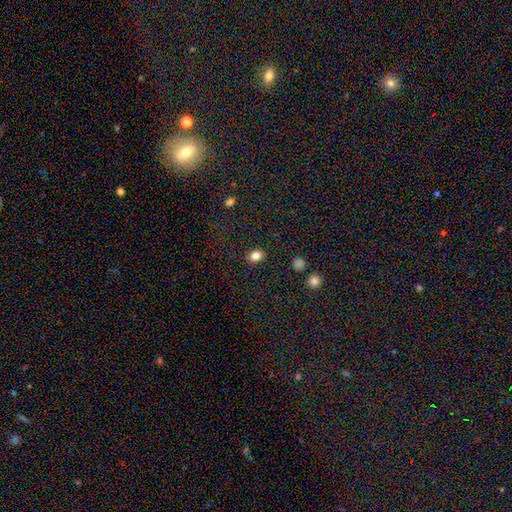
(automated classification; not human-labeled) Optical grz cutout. It shows a smooth galaxy with no disk features (82%) that is in between round and cigar-shaped (66%). Merging: none (88%).